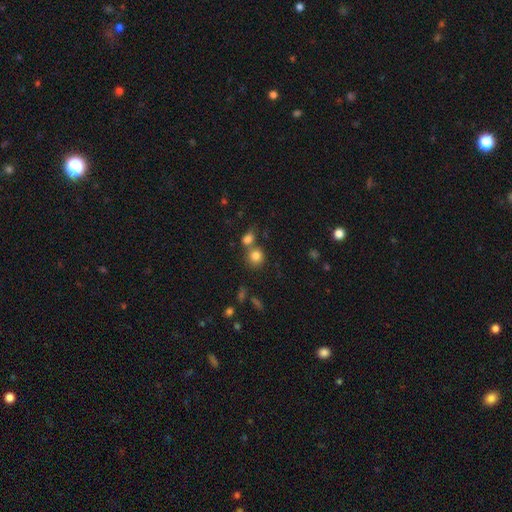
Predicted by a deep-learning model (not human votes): Morphology: type=smooth (82%); roundness=round (81%); merging=none (54%).